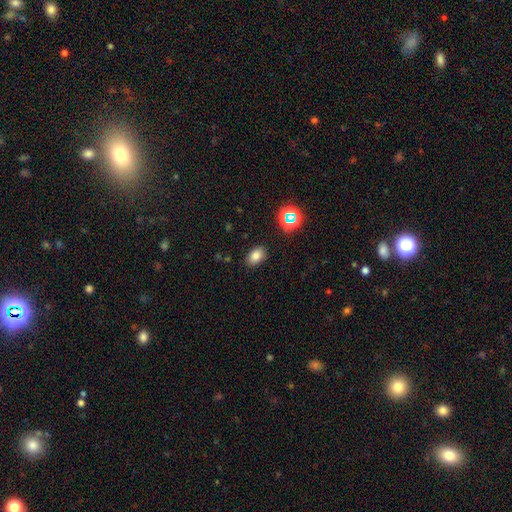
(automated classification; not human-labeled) The model was most divided on "smooth or featured": smooth: 79%, star or artifact: 14%, featured or disk: 7%. More confident: merging — none (86%); how rounded — in between (82%).